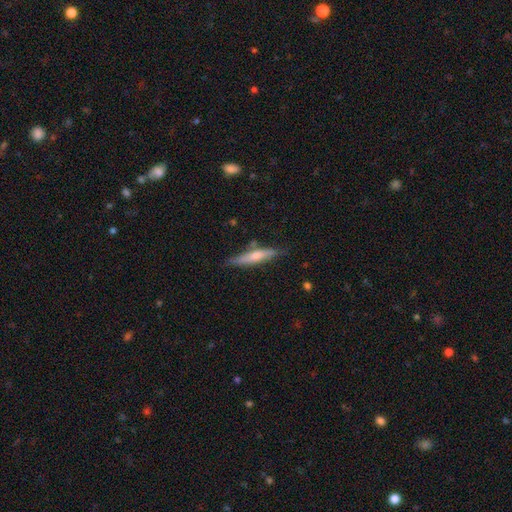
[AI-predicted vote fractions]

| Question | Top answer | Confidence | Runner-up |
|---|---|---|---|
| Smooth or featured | smooth | 56% | featured or disk (38%) |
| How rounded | cigar-shaped | 86% | in between (12%) |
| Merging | none | 74% | minor disturbance (18%) |